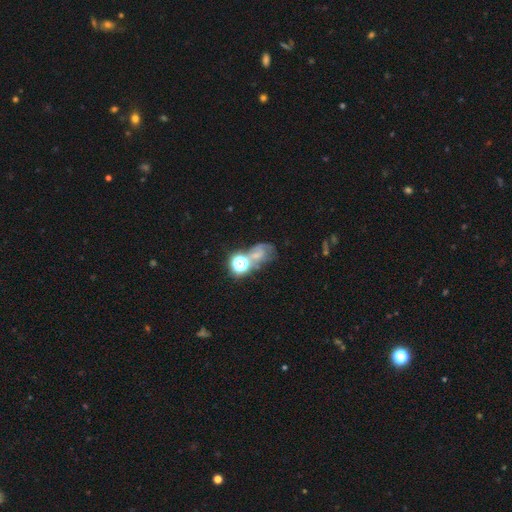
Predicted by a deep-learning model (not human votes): Smooth or featured: smooth — 36% (star or artifact — 33%)
Merging: none — 33% (merger — 29%)